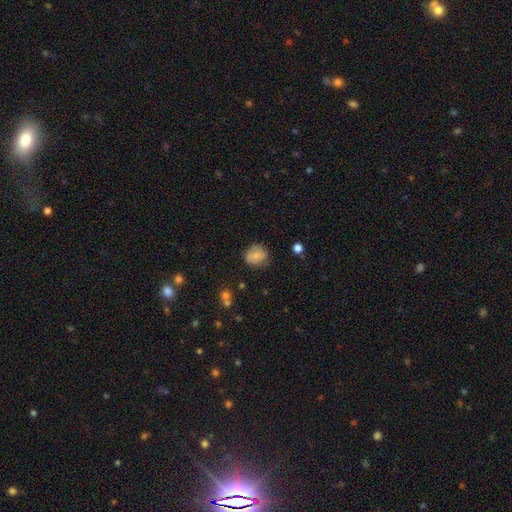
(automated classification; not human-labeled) Smooth or featured? smooth (74%)
How rounded? round (77%)
Merging? none (71%)